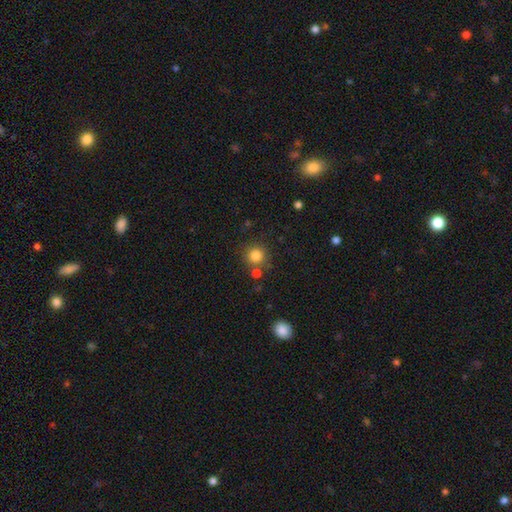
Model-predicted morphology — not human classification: Smooth or featured: smooth — 81% (star or artifact — 12%)
How rounded: round — 94% (in between — 5%)
Merging: none — 76% (merger — 12%)